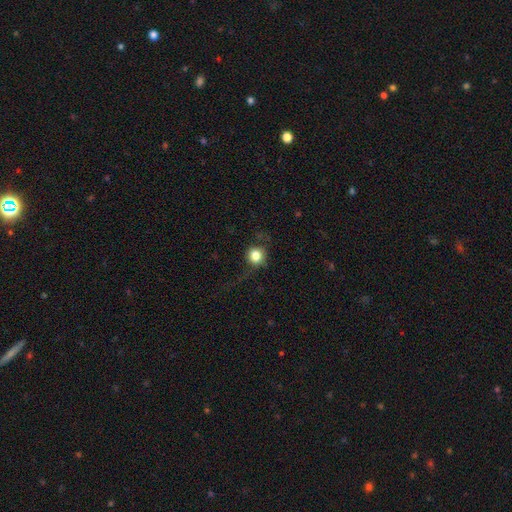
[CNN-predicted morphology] Smooth or featured?
  - smooth: 77% *
  - featured or disk: 12%
  - star or artifact: 10%
How rounded?
  - round: 88% *
  - in between: 11%
  - cigar-shaped: 1%
Merging?
  - none: 68% *
  - minor disturbance: 17%
  - major disturbance: 13%
  - merger: 1%